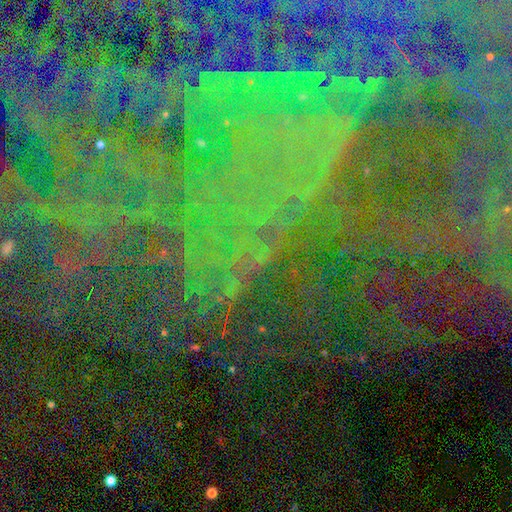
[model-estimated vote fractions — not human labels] star or artifact 78%, featured or disk 13%, smooth 9%.